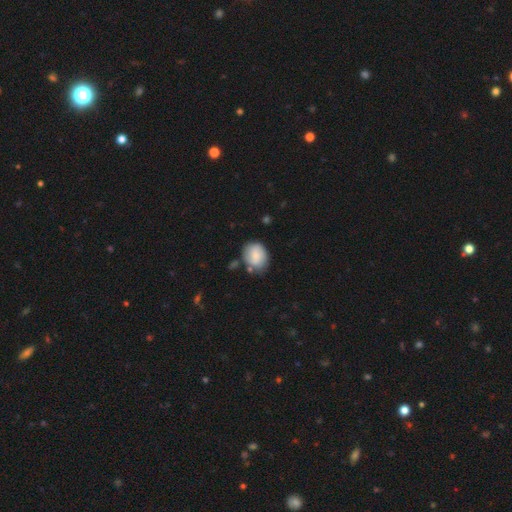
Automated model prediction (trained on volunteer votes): Smooth or featured? Predicted: smooth (p=0.74). How rounded? Predicted: in between (p=0.53). Merging? Predicted: none (p=0.64).